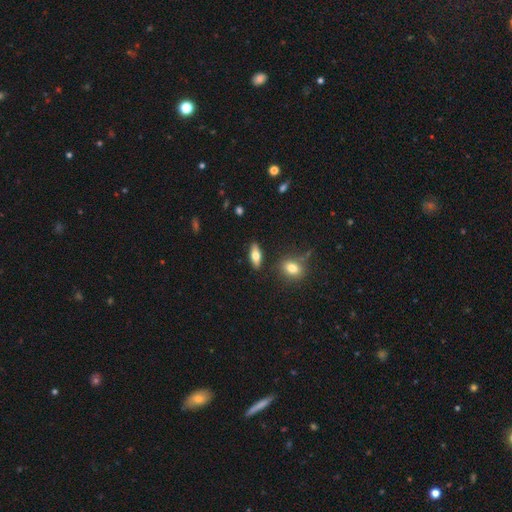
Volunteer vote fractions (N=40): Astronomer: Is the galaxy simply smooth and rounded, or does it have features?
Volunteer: smooth — 55% (runner-up: featured or disk, 42%).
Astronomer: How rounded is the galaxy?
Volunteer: in between — 59% (runner-up: cigar-shaped, 36%).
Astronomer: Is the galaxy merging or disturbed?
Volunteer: none — 87%.